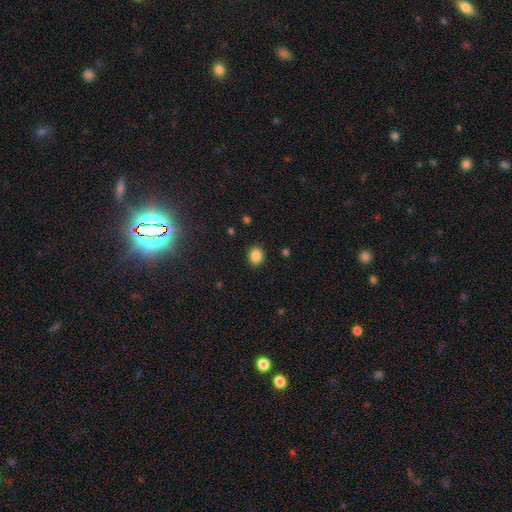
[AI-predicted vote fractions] A smooth galaxy with no disk features (86%) that is round (63%).

Vote fractions:
- Smooth or featured? smooth: 86% / star or artifact: 10% / featured or disk: 4%
- How rounded? round: 63% / in between: 36% / cigar-shaped: 1%
- Merging? none: 89% / minor disturbance: 7% / major disturbance: 2% / merger: 1%